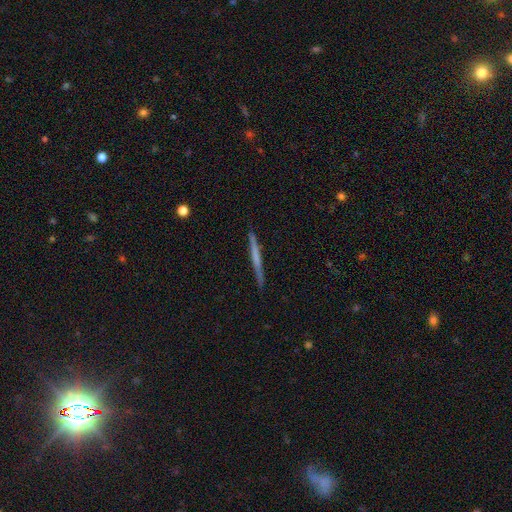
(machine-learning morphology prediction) Smooth or featured: featured or disk — 49% (smooth — 45%)
Merging: none — 90% (minor disturbance — 7%)